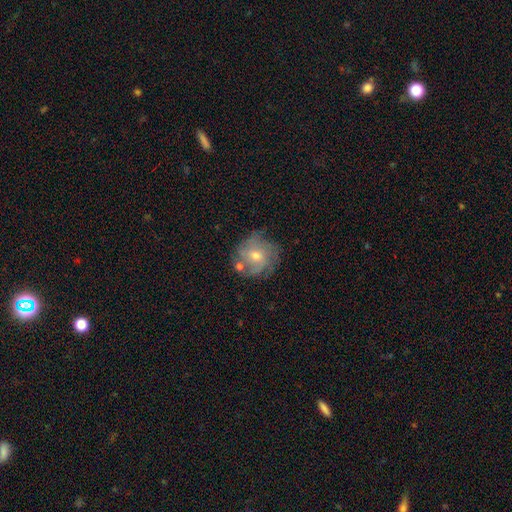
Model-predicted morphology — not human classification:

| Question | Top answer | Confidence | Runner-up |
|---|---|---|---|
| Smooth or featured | featured or disk | 64% | smooth (25%) |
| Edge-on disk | no | 97% | yes (3%) |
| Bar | no | 62% | weak (33%) |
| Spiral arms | yes | 82% | no (18%) |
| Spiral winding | tight | 48% | medium (36%) |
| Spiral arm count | can't tell | 38% | 4 (21%) |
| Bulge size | moderate | 57% | small (38%) |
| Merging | none | 69% | minor disturbance (17%) |